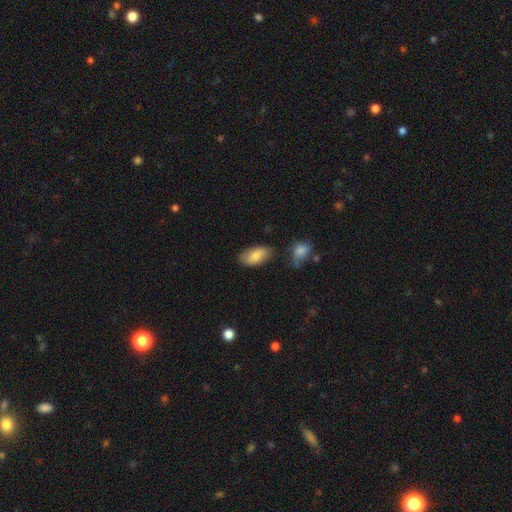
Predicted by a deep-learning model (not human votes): smooth 79%, featured or disk 15%, star or artifact 7%. Down the decision tree: how rounded — in between (93%); merging — none (73%).